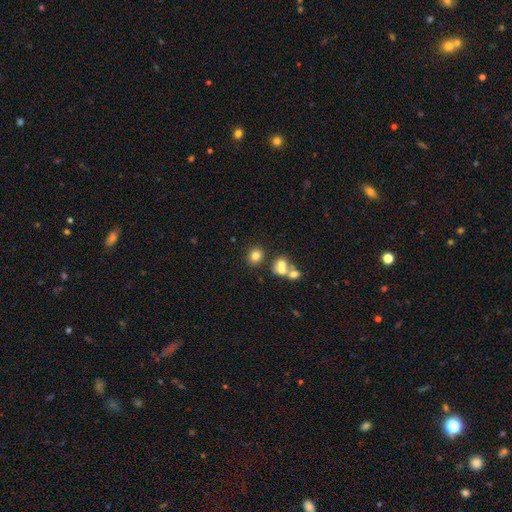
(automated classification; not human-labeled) smooth-or-featured: smooth: 76% | star or artifact: 13% | featured or disk: 11%
  how-rounded: round: 76% | in between: 24% | cigar-shaped: 1%
  merging: none: 69% | merger: 18% | minor disturbance: 9% | major disturbance: 4%